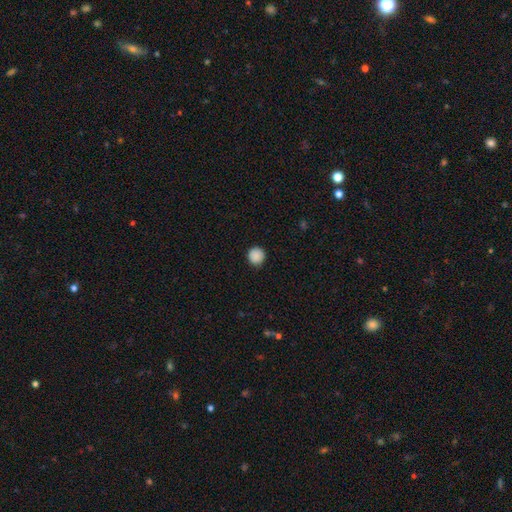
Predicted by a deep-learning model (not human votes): The model was most divided on "smooth or featured": smooth: 89%, star or artifact: 9%, featured or disk: 2%. More confident: how rounded — round (94%); merging — none (90%).